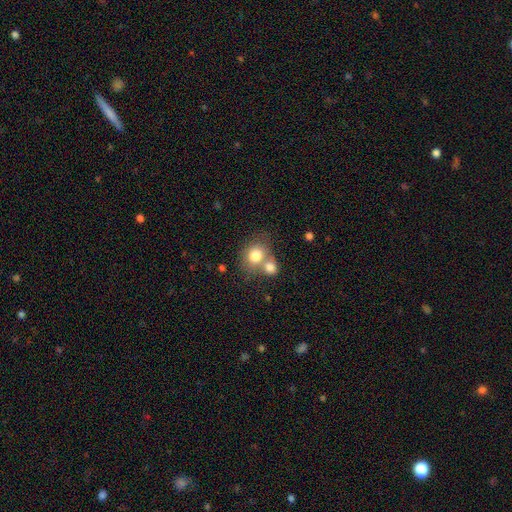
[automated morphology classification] Smooth or featured? Predicted: smooth (p=0.79). How rounded? Predicted: round (p=0.71). Merging? Predicted: merger (p=0.44).